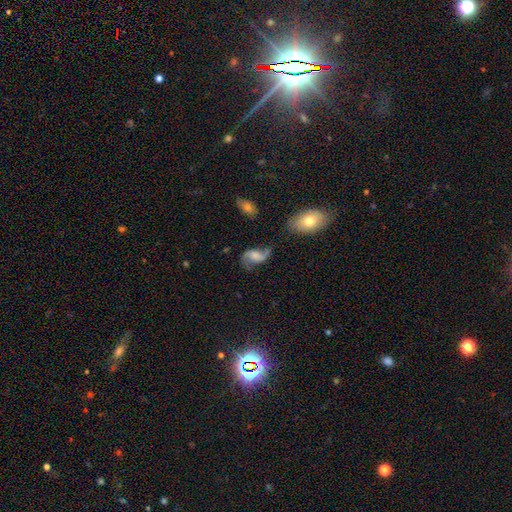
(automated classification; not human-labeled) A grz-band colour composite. It shows a featured or disk galaxy (71%) with no bar (50%), 2 (91%) loose (76%) spiral arms (92%) and no central bulge (39%). Merging: none (57%).